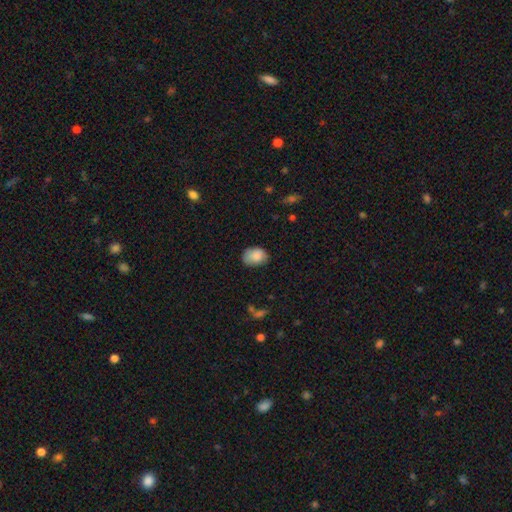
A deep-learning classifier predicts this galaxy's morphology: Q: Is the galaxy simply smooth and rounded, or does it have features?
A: smooth — 85%.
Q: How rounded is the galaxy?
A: in between — 74%.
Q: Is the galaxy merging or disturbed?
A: none — 67%.